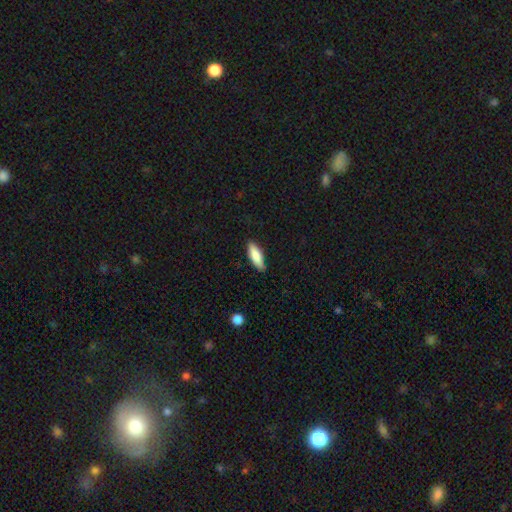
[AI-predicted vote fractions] Smooth or featured: smooth — 84% (featured or disk — 10%)
How rounded: in between — 62% (cigar-shaped — 36%)
Merging: none — 84% (minor disturbance — 13%)